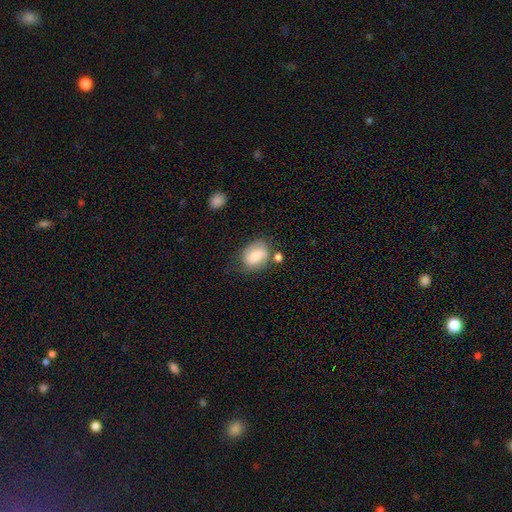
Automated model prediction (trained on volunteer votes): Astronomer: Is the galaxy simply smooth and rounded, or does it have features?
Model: smooth — 66%.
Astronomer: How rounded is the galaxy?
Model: in between — 72%.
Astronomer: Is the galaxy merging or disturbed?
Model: none — 58%.